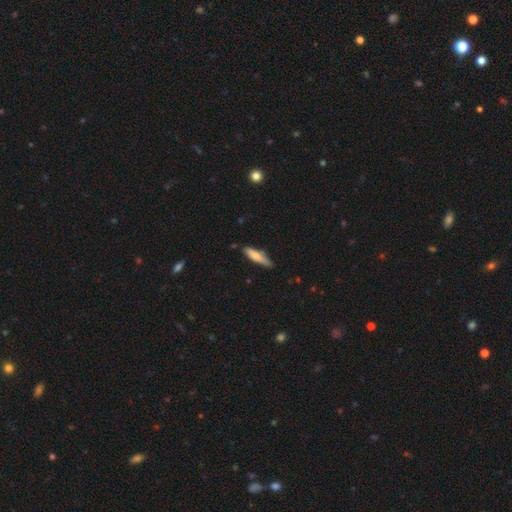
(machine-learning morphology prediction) The model was most divided on "how rounded": cigar-shaped: 71%, in between: 27%, round: 2%. More confident: merging — none (76%); smooth or featured — smooth (72%).